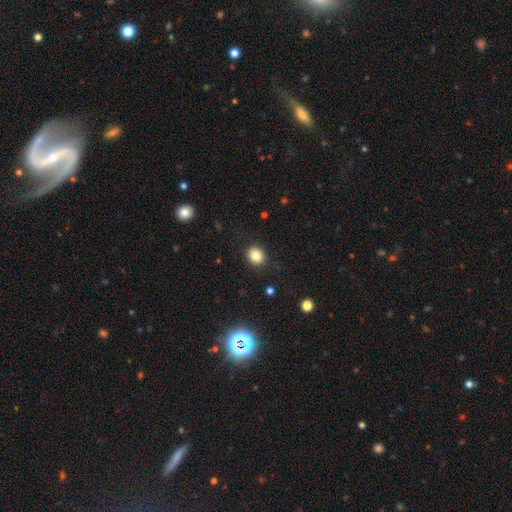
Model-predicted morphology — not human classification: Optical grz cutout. It shows a smooth galaxy with no disk features (83%) that is round (68%). Merging: none (89%).